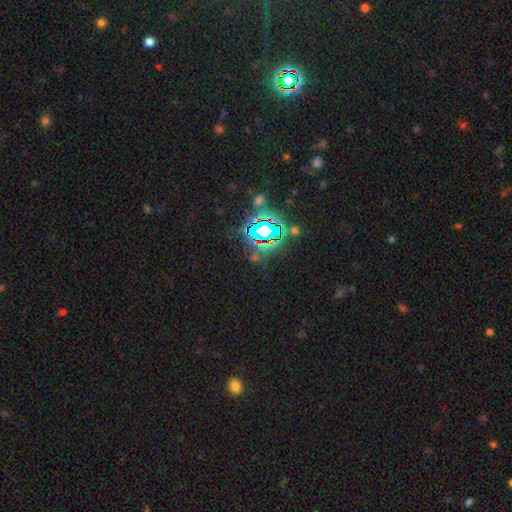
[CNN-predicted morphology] Overall: star or artifact (78%).